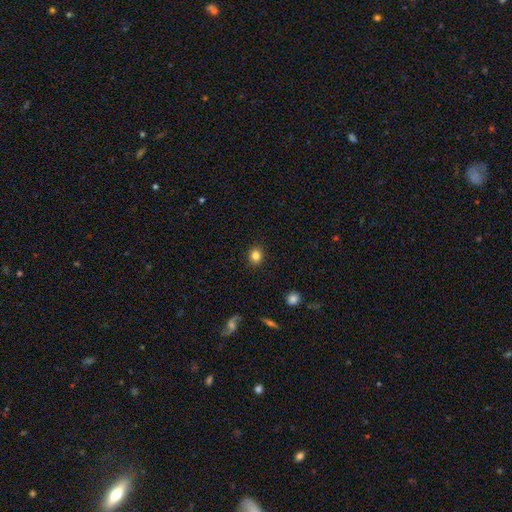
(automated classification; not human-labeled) smooth_or_featured: smooth (p=0.83) [alt: star or artifact p=0.11]
how_rounded: round (p=0.76) [alt: in between p=0.23]
merging: none (p=0.90) [alt: minor disturbance p=0.07]